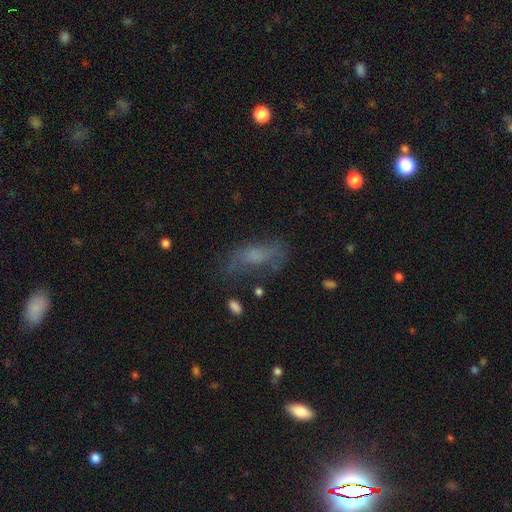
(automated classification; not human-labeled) This appears to be a smooth galaxy with no disk features (51%) that is in between round and cigar-shaped (76%). Merging: none (50%).